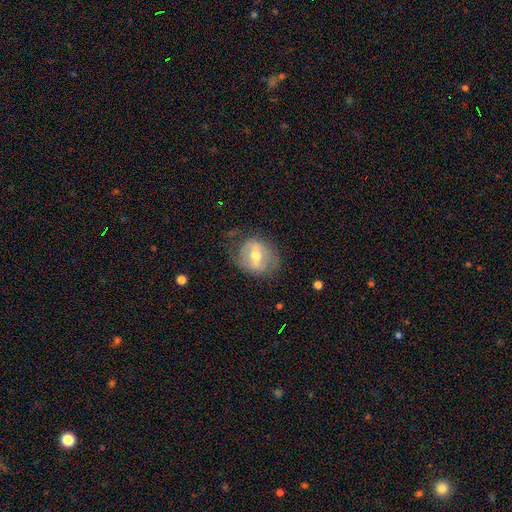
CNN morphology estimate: smooth-or-featured: featured or disk: 61% | smooth: 32% | star or artifact: 7%
  disk-edge-on: no: 93% | yes: 7%
    bar: strong: 45% | weak: 38% | no: 17%
    has-spiral-arms: no: 58% | yes: 42%
    bulge-size: moderate: 72% | small: 20% | large: 6% | none: 1% | dominant: 1%
  merging: none: 65% | minor disturbance: 22% | major disturbance: 12% | merger: 1%